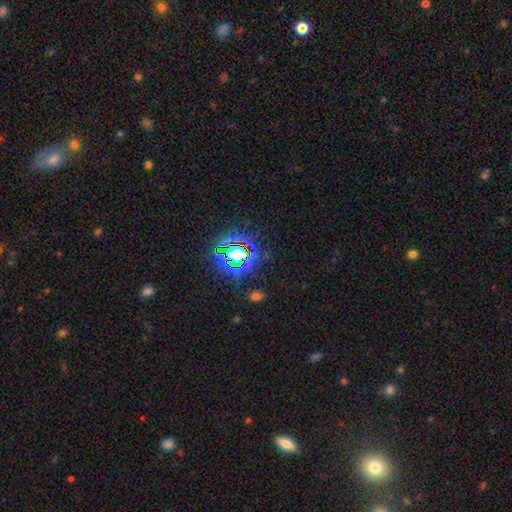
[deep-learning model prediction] A star or artifact, not a galaxy (72%).